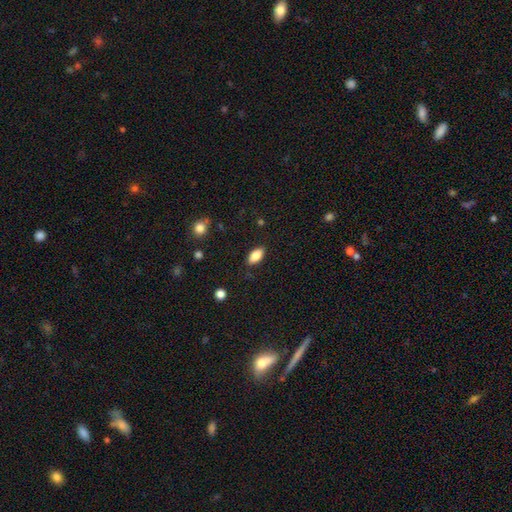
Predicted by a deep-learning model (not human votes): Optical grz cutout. It shows a smooth galaxy with no disk features (84%) that is in between round and cigar-shaped (90%). Merging: none (86%).